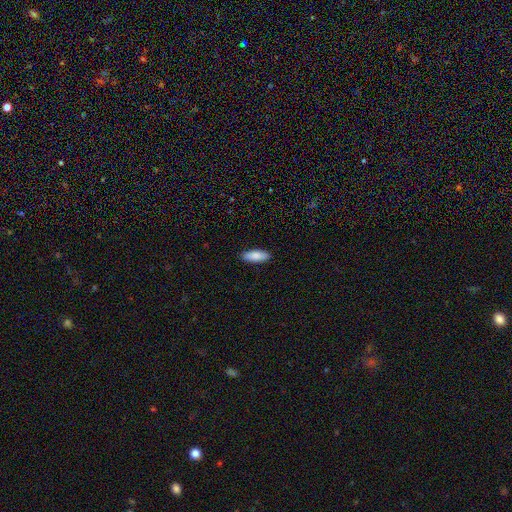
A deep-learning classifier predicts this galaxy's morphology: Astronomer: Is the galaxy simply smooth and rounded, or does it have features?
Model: smooth — 87%.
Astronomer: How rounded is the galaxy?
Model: in between — 69%.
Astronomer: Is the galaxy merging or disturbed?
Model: none — 90%.